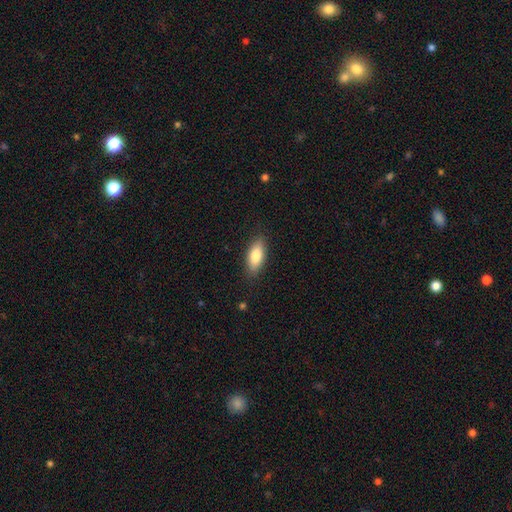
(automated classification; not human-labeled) A smooth galaxy with no disk features (82%) that is in between round and cigar-shaped (81%). Merging: none (87%).